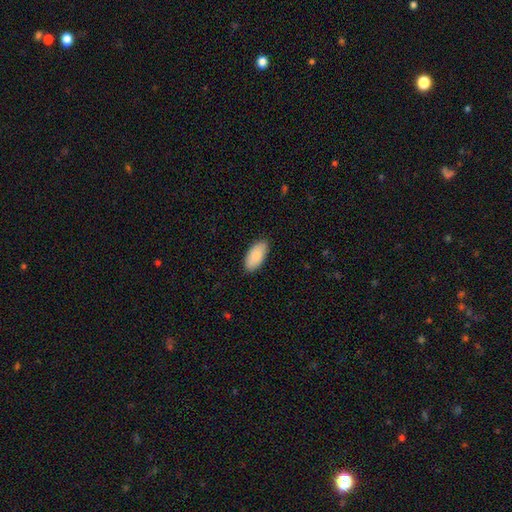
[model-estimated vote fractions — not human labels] Smooth or featured?
  - smooth: 89% *
  - star or artifact: 6%
  - featured or disk: 5%
How rounded?
  - in between: 93% *
  - cigar-shaped: 5%
  - round: 2%
Merging?
  - none: 88% *
  - minor disturbance: 9%
  - major disturbance: 2%
  - merger: 1%